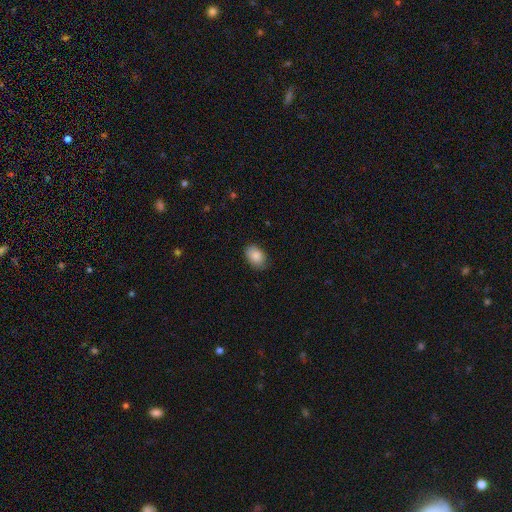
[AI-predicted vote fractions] Smooth or featured?
  - smooth: 86% *
  - star or artifact: 7%
  - featured or disk: 6%
How rounded?
  - in between: 87% *
  - round: 12%
  - cigar-shaped: 1%
Merging?
  - none: 82% *
  - minor disturbance: 14%
  - major disturbance: 3%
  - merger: 1%